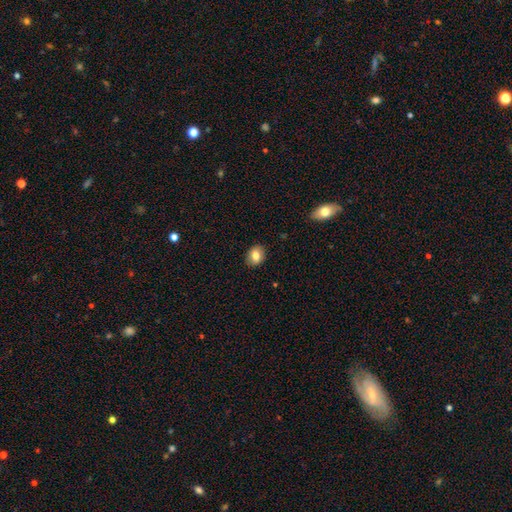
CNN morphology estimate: Smooth or featured? Predicted: smooth (p=0.80). How rounded? Predicted: in between (p=0.55). Merging? Predicted: none (p=0.88).